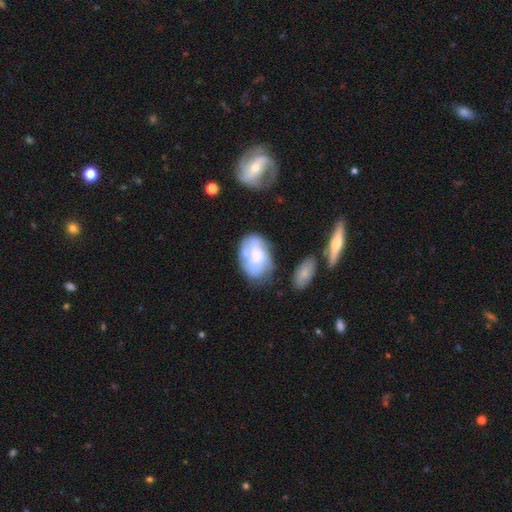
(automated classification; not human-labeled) Smooth or featured: smooth — 50% (featured or disk — 42%)
Merging: none — 40% (minor disturbance — 26%)